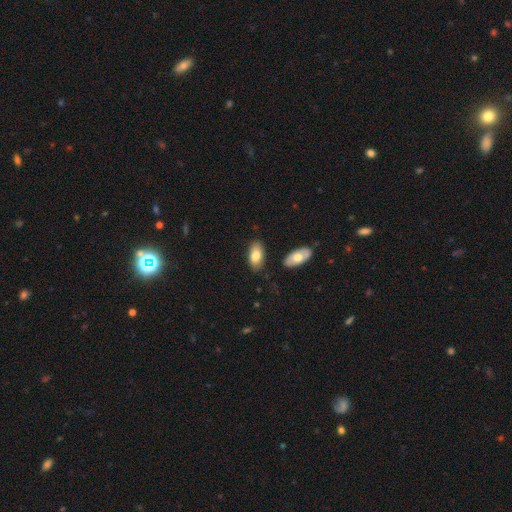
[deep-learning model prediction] Q: Smooth or featured?
A: smooth (79%); runner-up: featured or disk (15%)
Q: How rounded?
A: in between (93%); runner-up: cigar-shaped (4%)
Q: Merging?
A: none (80%); runner-up: minor disturbance (12%)